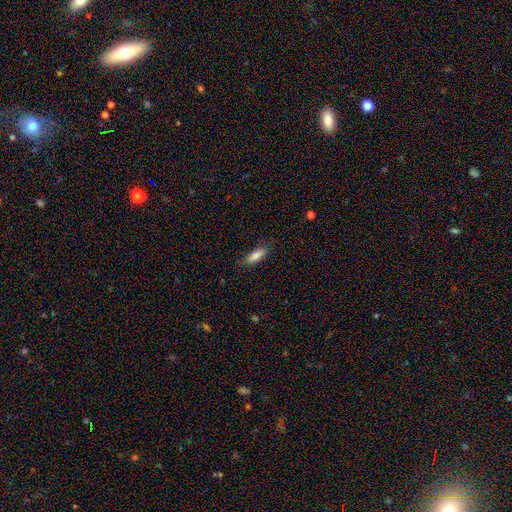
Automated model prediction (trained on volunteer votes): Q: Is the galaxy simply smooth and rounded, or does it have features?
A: smooth — 83%.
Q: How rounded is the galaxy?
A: in between — 54%.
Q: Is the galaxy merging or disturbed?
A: none — 81%.